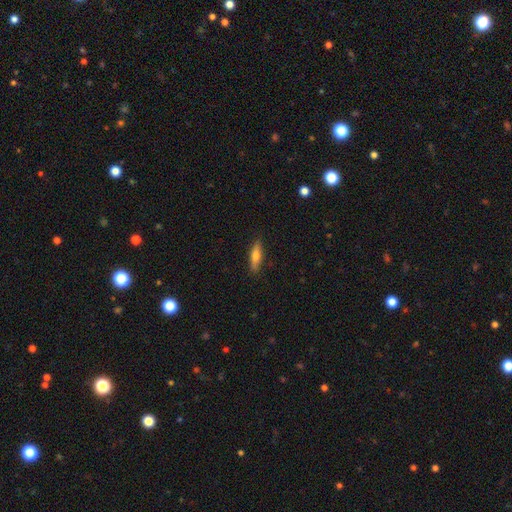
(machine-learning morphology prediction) Smooth or featured? smooth (60%)
How rounded? cigar-shaped (66%)
Merging? none (87%)